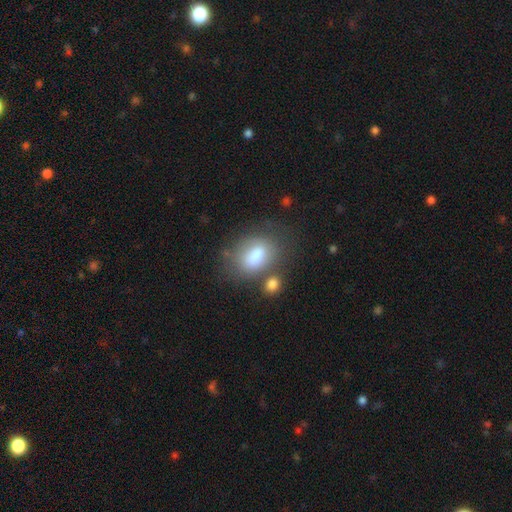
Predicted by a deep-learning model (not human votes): This appears to be a smooth galaxy with no disk features (76%) that is in between round and cigar-shaped (80%). Merging: none (60%).